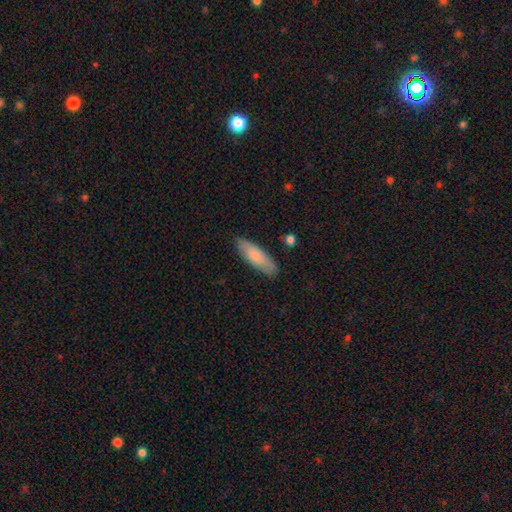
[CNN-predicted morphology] Smooth or featured? Predicted: smooth (p=0.80). How rounded? Predicted: cigar-shaped (p=0.50). Merging? Predicted: none (p=0.86).